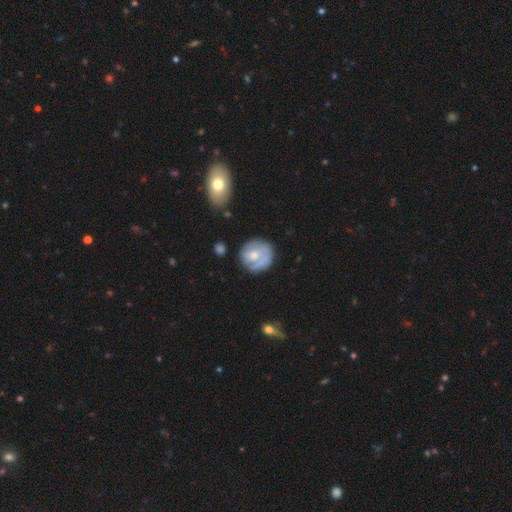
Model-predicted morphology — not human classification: smooth_or_featured: featured or disk (p=0.51) [alt: smooth p=0.43]
disk_edge_on: no (p=0.97) [alt: yes p=0.03]
merging: none (p=0.64) [alt: minor disturbance p=0.23]